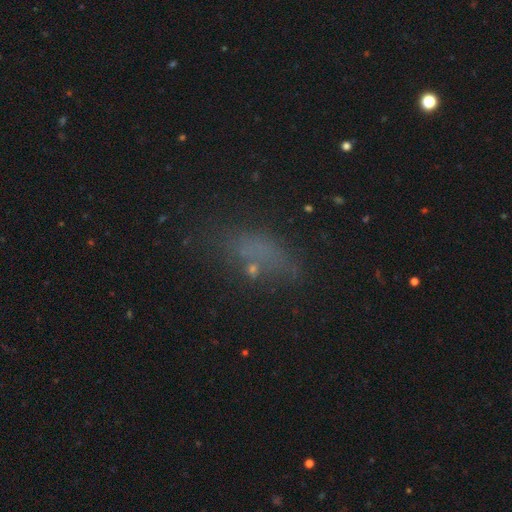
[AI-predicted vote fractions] This is possibly a smooth galaxy (53%). How rounded: likely in between (75%). Merging: possibly none (53%).